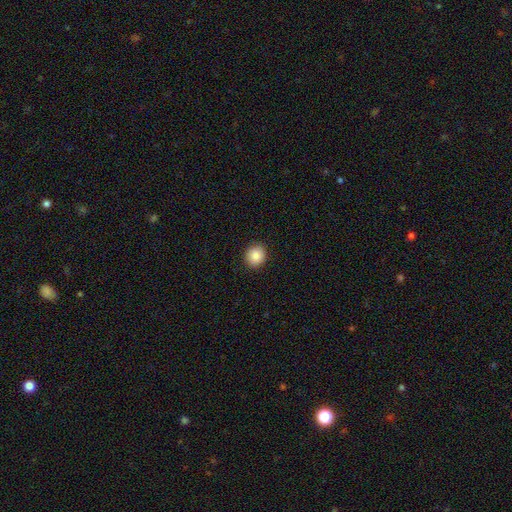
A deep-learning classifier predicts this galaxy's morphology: A smooth galaxy with no disk features (87%) that is round (78%).

Vote fractions:
- Smooth or featured? smooth: 87% / star or artifact: 9% / featured or disk: 5%
- How rounded? round: 78% / in between: 21% / cigar-shaped: 1%
- Merging? none: 91% / minor disturbance: 7% / major disturbance: 2% / merger: 1%